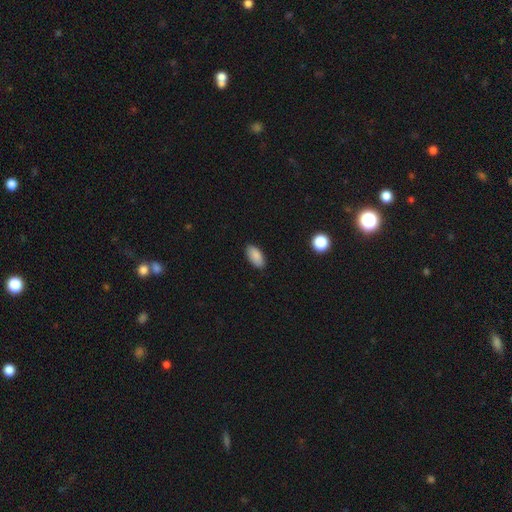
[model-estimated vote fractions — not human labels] smooth-or-featured: smooth: 87% | star or artifact: 7% | featured or disk: 5%
  how-rounded: in between: 94% | cigar-shaped: 4% | round: 2%
  merging: none: 87% | minor disturbance: 10% | major disturbance: 2% | merger: 1%